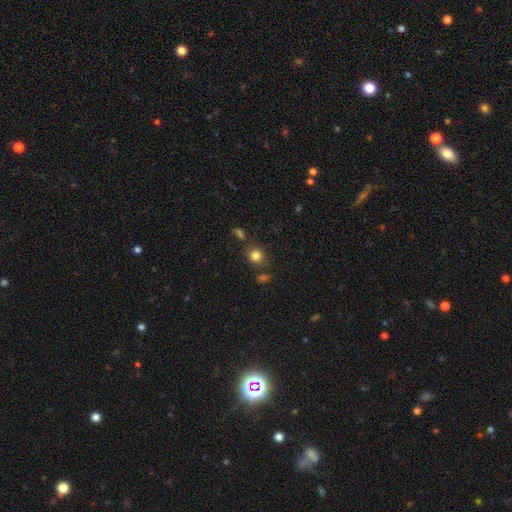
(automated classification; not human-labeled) This appears to be a smooth galaxy with no disk features (82%) that is round (75%). Merging: none (75%).